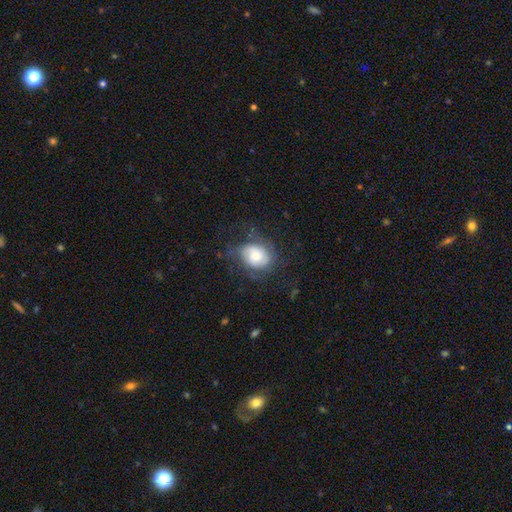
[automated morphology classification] This is possibly a featured or disk galaxy (47%). Merging: possibly none (51%).